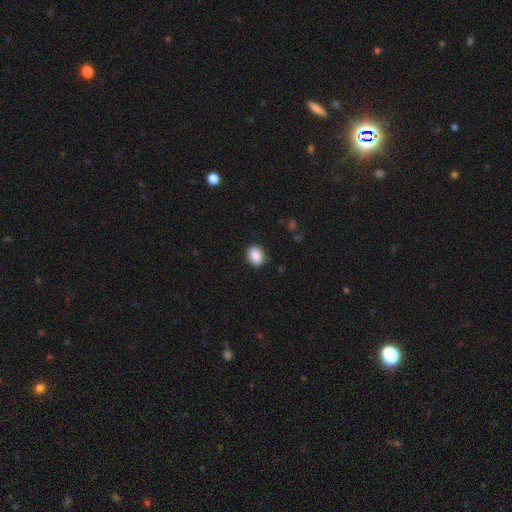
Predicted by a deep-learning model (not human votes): Smooth or featured? smooth (89%)
How rounded? in between (69%)
Merging? none (89%)